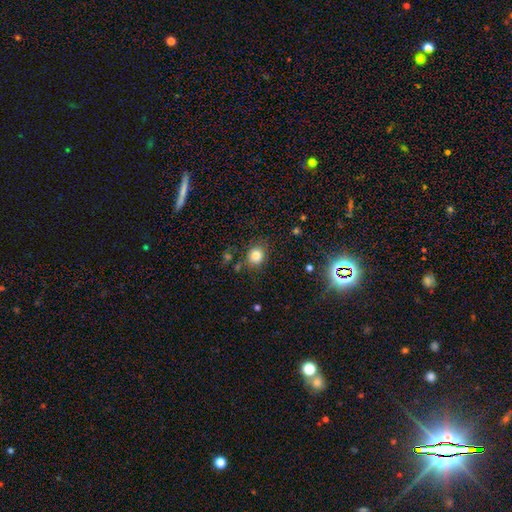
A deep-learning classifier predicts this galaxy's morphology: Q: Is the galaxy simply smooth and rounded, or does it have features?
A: smooth — 80%.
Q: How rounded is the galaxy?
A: round — 76%.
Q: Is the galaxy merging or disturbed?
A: none — 81%.